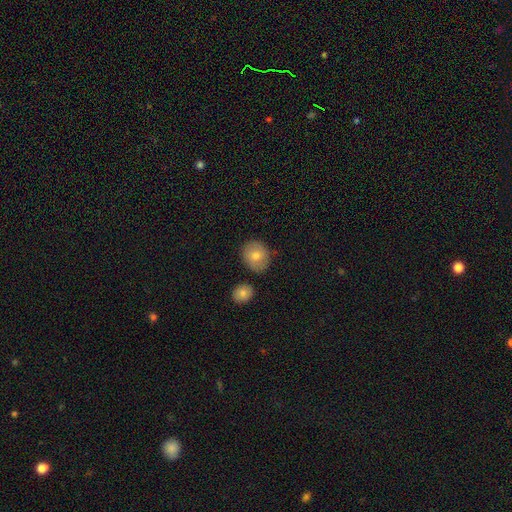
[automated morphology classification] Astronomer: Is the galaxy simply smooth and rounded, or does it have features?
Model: smooth — 75%.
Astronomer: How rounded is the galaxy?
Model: round — 72%.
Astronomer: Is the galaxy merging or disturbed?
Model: none — 80%.